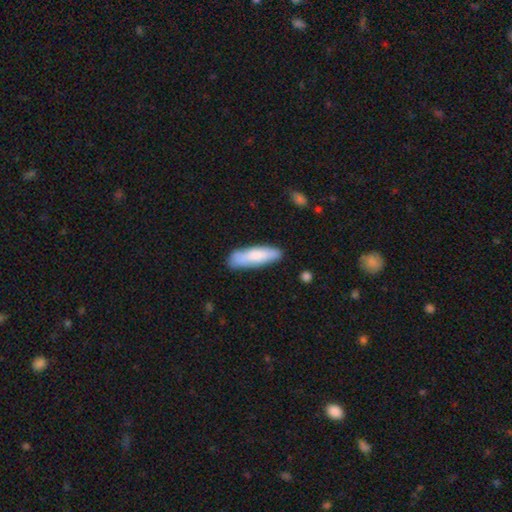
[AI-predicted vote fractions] Smooth or featured? smooth (80%)
How rounded? cigar-shaped (61%)
Merging? none (81%)